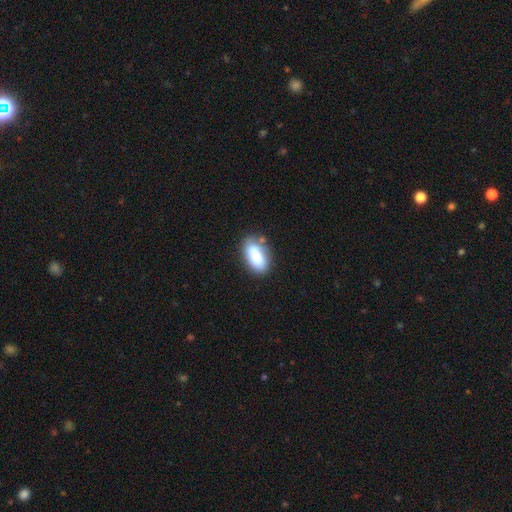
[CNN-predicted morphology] Smooth or featured: smooth — 83% (featured or disk — 10%)
How rounded: in between — 89% (cigar-shaped — 7%)
Merging: none — 66% (minor disturbance — 21%)